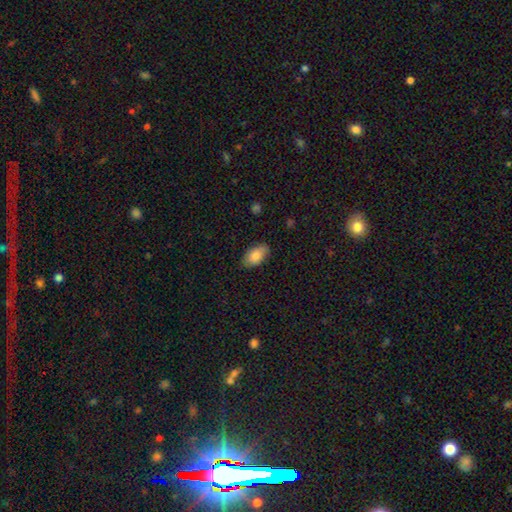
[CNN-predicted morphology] Smooth or featured?
  - smooth: 84% *
  - featured or disk: 9%
  - star or artifact: 7%
How rounded?
  - in between: 93% *
  - round: 4%
  - cigar-shaped: 2%
Merging?
  - none: 81% *
  - minor disturbance: 15%
  - major disturbance: 3%
  - merger: 1%